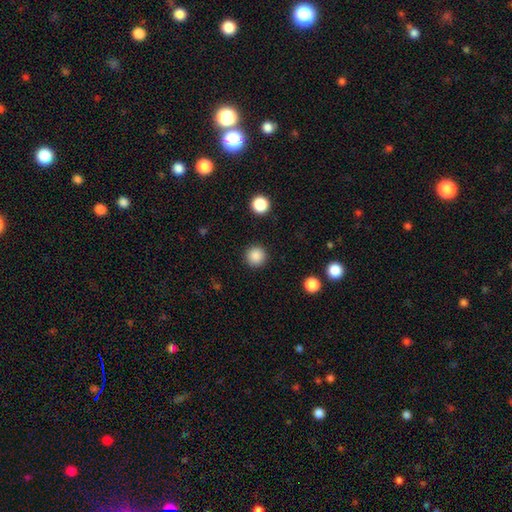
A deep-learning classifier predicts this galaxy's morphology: This appears to be a smooth galaxy with no disk features (87%) that is round (96%). Merging: none (91%).